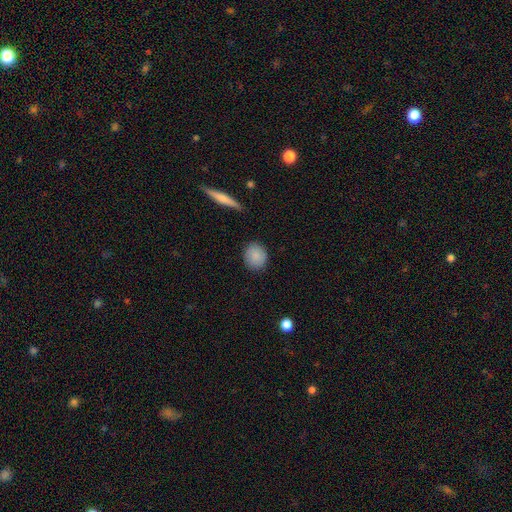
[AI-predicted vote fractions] A smooth galaxy with no disk features (87%) that is round (78%). Merging: none (86%).